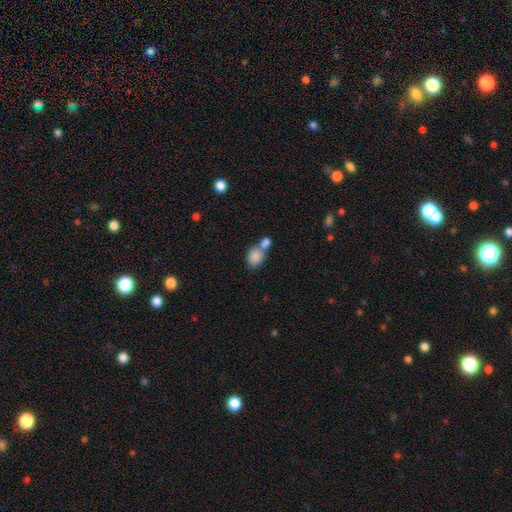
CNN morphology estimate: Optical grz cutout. It shows a smooth galaxy with no disk features (84%) that is in between round and cigar-shaped (58%). Merging: merger (51%).